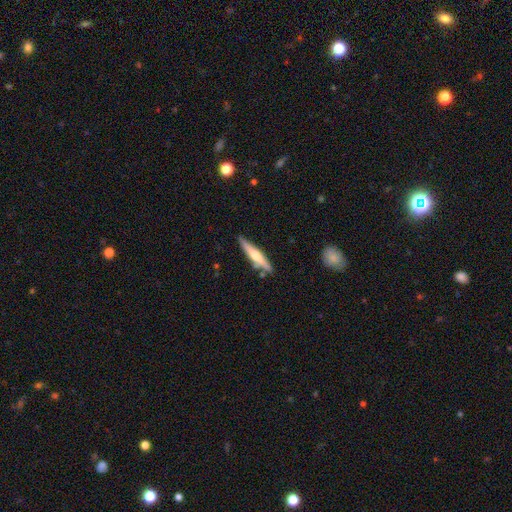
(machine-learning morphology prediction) The model was most divided on "smooth or featured": featured or disk: 51%, smooth: 44%, star or artifact: 5%. More confident: edge-on disk — yes (95%); merging — none (80%).